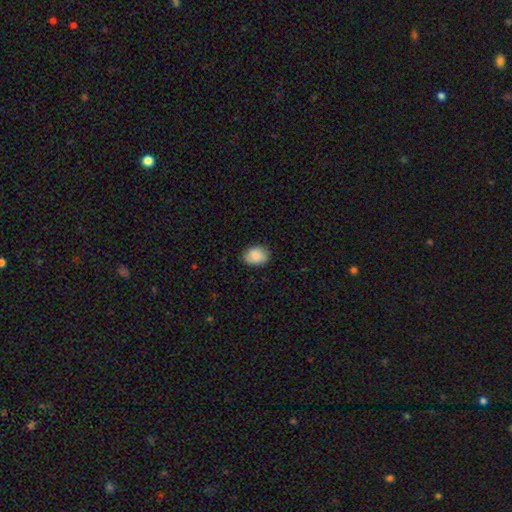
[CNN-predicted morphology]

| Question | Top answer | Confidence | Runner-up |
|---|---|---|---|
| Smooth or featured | smooth | 88% | star or artifact (7%) |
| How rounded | in between | 67% | round (32%) |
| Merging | none | 80% | minor disturbance (16%) |